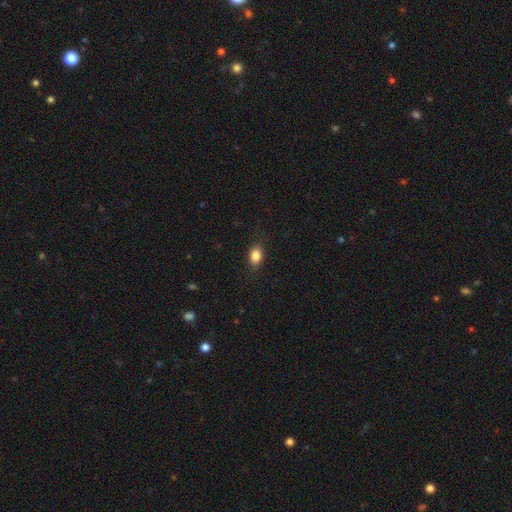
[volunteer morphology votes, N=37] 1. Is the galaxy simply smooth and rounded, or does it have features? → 89% smooth, 5% featured or disk, 5% star or artifact.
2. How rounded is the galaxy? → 67% in between, 27% round, 6% cigar-shaped.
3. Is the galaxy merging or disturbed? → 91% none, 6% minor disturbance, 3% major disturbance, 0% merger.